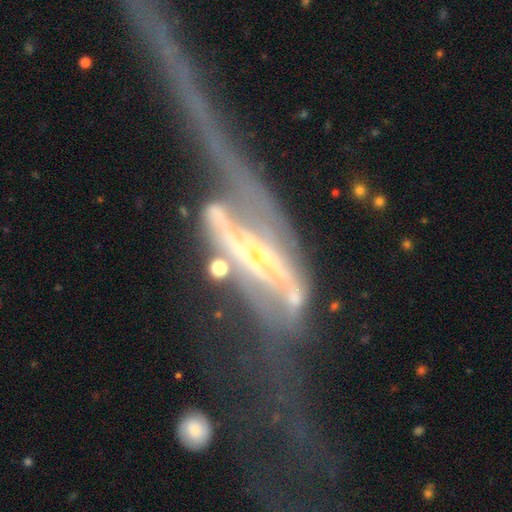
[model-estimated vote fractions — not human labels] Smooth or featured?
  - featured or disk: 83% *
  - smooth: 10%
  - star or artifact: 8%
Edge-on disk?
  - no: 70% *
  - yes: 30%
Bar?
  - strong: 46% *
  - no: 29%
  - weak: 25%
Spiral arms?
  - yes: 70% *
  - no: 30%
Bulge size?
  - small: 52% *
  - moderate: 30%
  - none: 9%
  - large: 6%
  - dominant: 3%
Merging?
  - major disturbance: 51% *
  - merger: 21%
  - none: 17%
  - minor disturbance: 11%